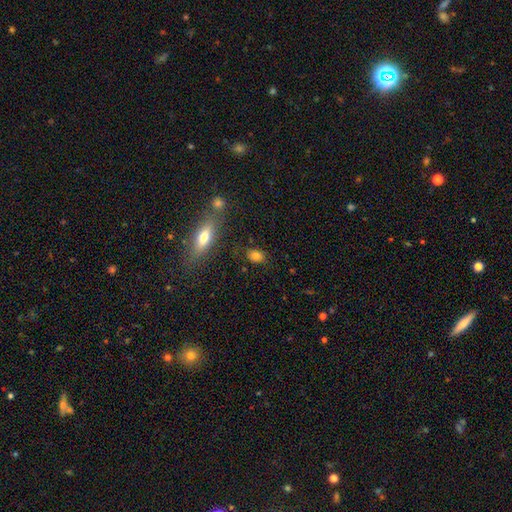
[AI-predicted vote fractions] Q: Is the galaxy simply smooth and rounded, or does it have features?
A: smooth — 81%.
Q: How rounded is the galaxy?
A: in between — 75%.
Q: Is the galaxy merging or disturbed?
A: none — 80%.